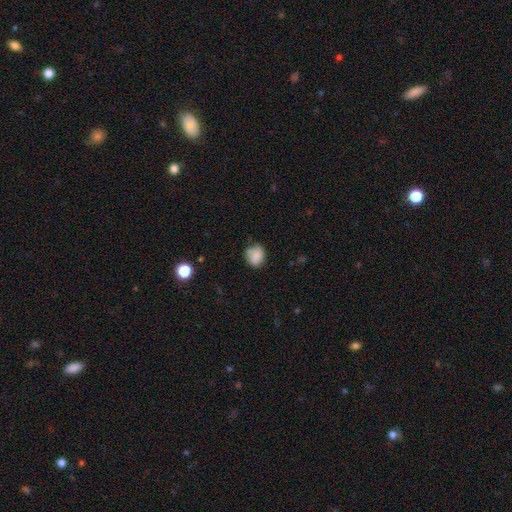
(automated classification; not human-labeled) This is likely a smooth galaxy (79%). How rounded: possibly round (60%). Merging: possibly none (60%).